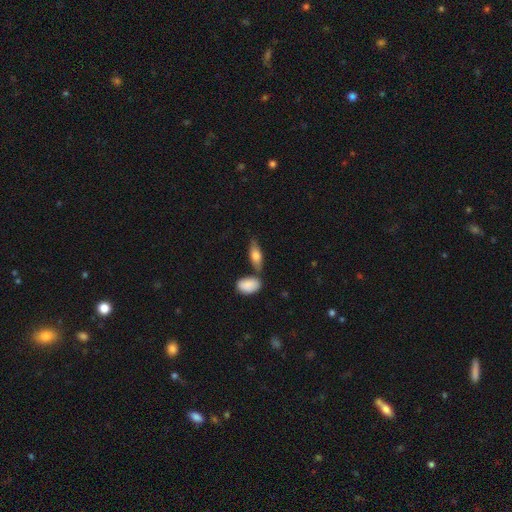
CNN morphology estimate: Smooth or featured? Predicted: smooth (p=0.70). How rounded? Predicted: in between (p=0.73). Merging? Predicted: none (p=0.61).